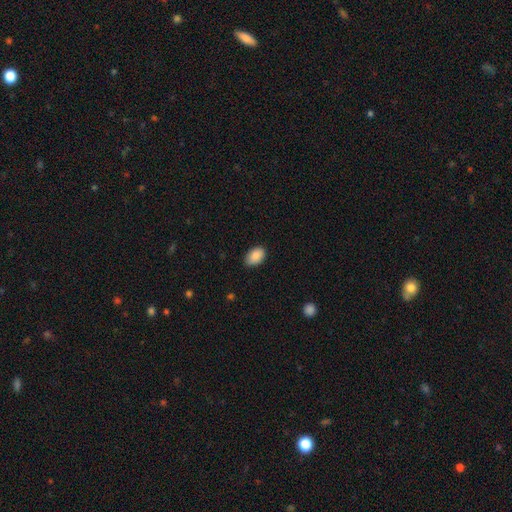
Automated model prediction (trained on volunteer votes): smooth-or-featured: smooth: 88% | star or artifact: 7% | featured or disk: 5%
  how-rounded: in between: 87% | round: 12% | cigar-shaped: 1%
  merging: none: 81% | minor disturbance: 16% | major disturbance: 2% | merger: 1%